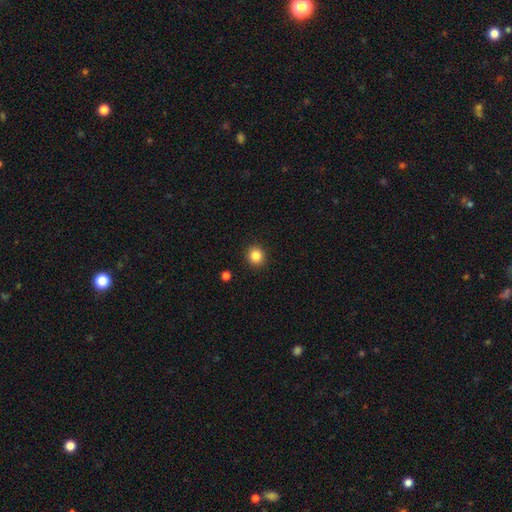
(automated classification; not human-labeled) smooth-or-featured: smooth: 85% | star or artifact: 11% | featured or disk: 4%
  how-rounded: round: 89% | in between: 10% | cigar-shaped: 1%
  merging: none: 92% | minor disturbance: 5% | major disturbance: 2% | merger: 1%